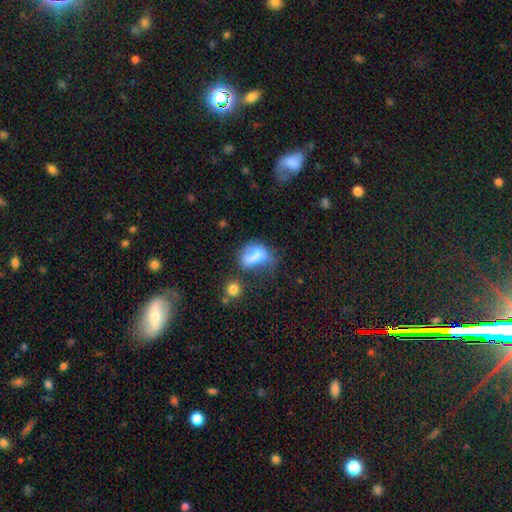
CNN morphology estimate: type=smooth (63%); roundness=in between (73%); merging=major disturbance (34%).